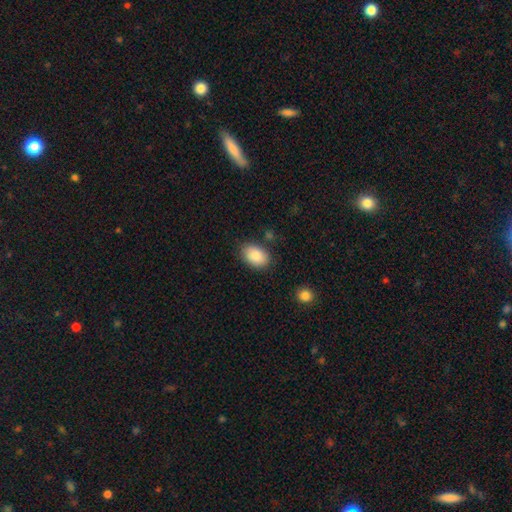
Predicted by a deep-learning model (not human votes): smooth-or-featured: smooth: 87% | star or artifact: 7% | featured or disk: 6%
  how-rounded: in between: 85% | round: 13% | cigar-shaped: 1%
  merging: none: 81% | minor disturbance: 13% | major disturbance: 3% | merger: 3%